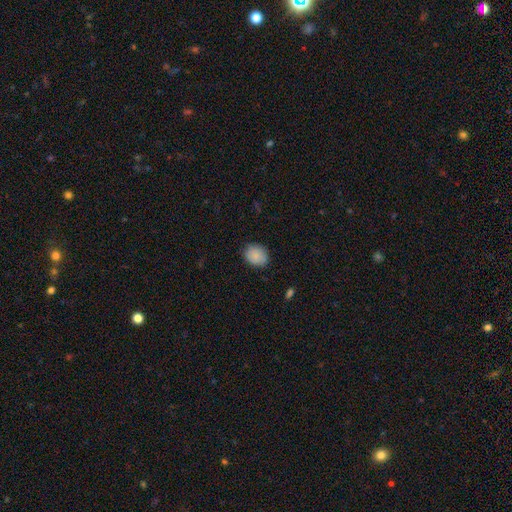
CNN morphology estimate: Smooth or featured? smooth (88%)
How rounded? round (52%)
Merging? none (85%)